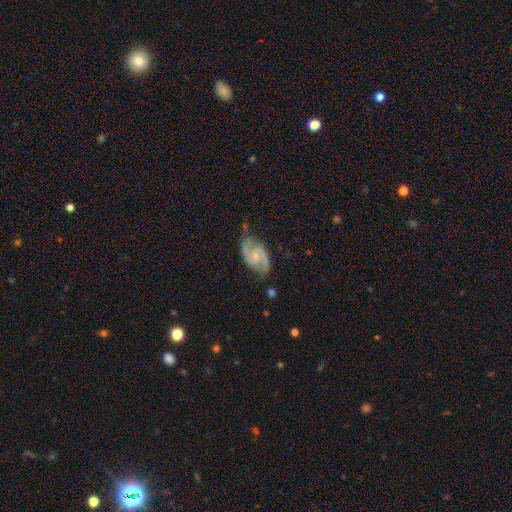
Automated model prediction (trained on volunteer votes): Smooth or featured? Predicted: featured or disk (p=0.85). Edge-on disk? Predicted: no (p=0.97). Bar? Predicted: no (p=0.52). Spiral arms? Predicted: yes (p=0.97). Spiral winding? Predicted: medium (p=0.54). Spiral arm count? Predicted: 2 (p=0.91). Bulge size? Predicted: small (p=0.61). Merging? Predicted: none (p=0.72).